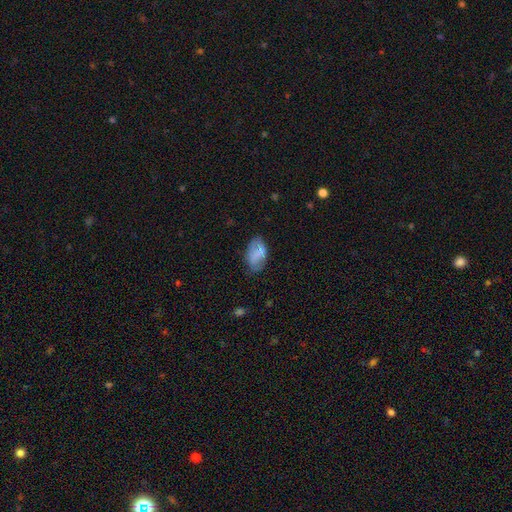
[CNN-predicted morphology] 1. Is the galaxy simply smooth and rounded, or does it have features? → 66% smooth, 26% featured or disk, 8% star or artifact.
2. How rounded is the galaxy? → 92% in between, 6% round, 2% cigar-shaped.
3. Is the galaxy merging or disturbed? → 59% none, 26% minor disturbance, 10% major disturbance, 4% merger.